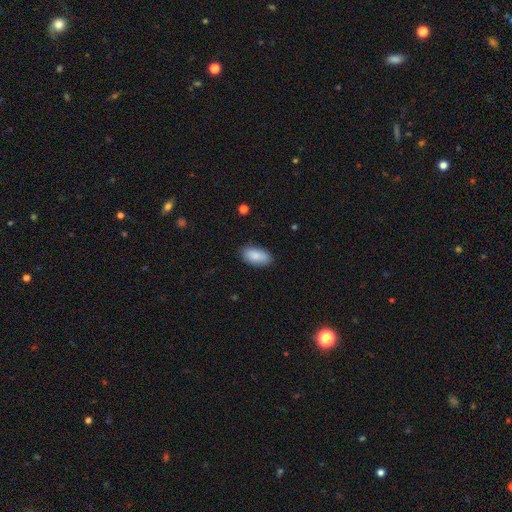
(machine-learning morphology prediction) This is clearly a smooth galaxy (87%). How rounded: clearly in between (92%). Merging: clearly none (83%).